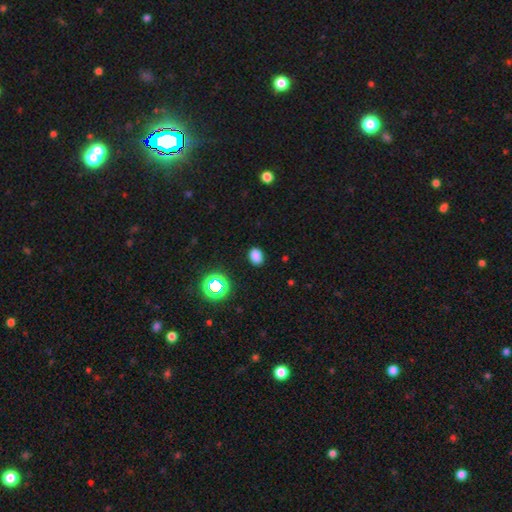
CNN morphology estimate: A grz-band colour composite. It shows a smooth galaxy with no disk features (79%) that is in between round and cigar-shaped (72%). Merging: none (87%).